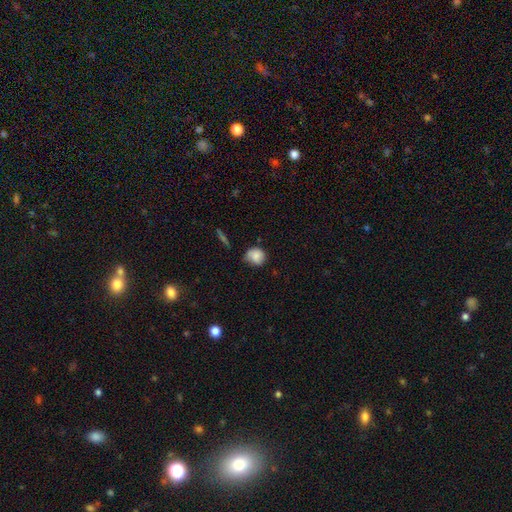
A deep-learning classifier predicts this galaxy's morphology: Smooth or featured? Predicted: smooth (p=0.80). How rounded? Predicted: round (p=0.77). Merging? Predicted: none (p=0.53).